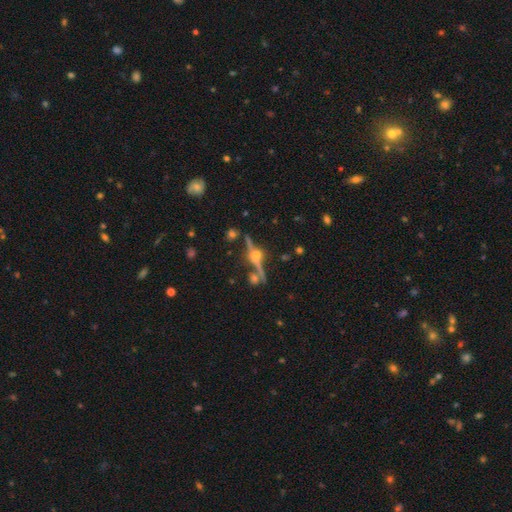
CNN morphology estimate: Q: Smooth or featured?
A: featured or disk (80%); runner-up: star or artifact (11%)
Q: Edge-on disk?
A: yes (96%); runner-up: no (4%)
Q: Edge-on bulge?
A: rounded (94%); runner-up: boxy (4%)
Q: Merging?
A: none (79%); runner-up: minor disturbance (10%)